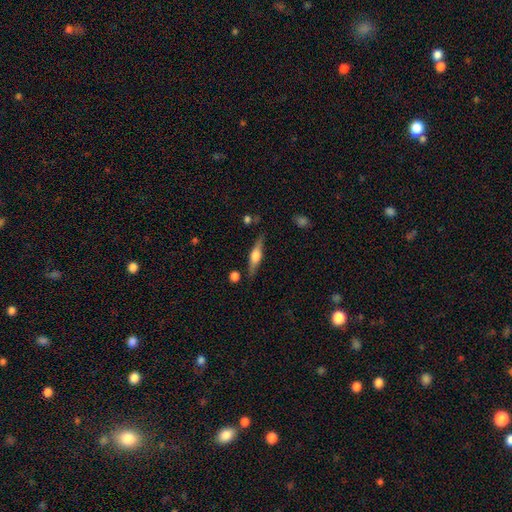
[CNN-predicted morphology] featured or disk 62%, smooth 32%, star or artifact 6%. Down the decision tree: edge-on disk — yes (96%); edge-on bulge — rounded (88%); merging — none (83%).